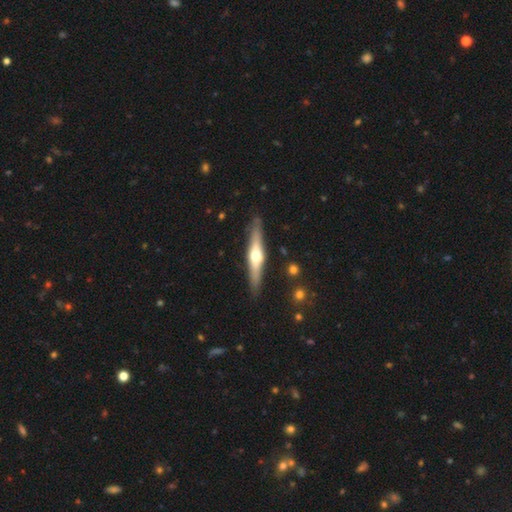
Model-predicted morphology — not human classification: featured or disk 65%, smooth 30%, star or artifact 5%. Down the decision tree: edge-on disk — yes (95%); edge-on bulge — rounded (92%); merging — none (88%).